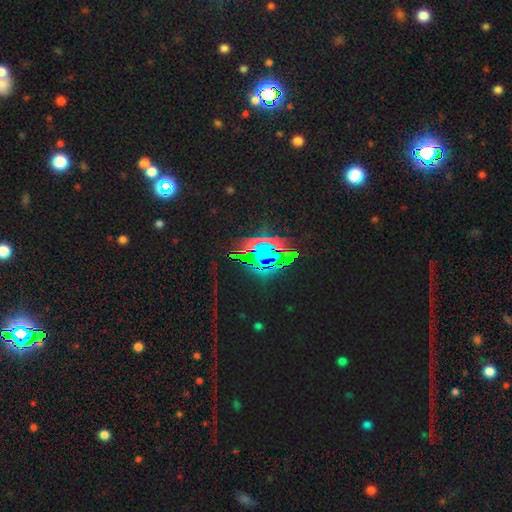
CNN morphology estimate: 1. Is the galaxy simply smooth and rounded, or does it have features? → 73% star or artifact, 14% smooth, 13% featured or disk.